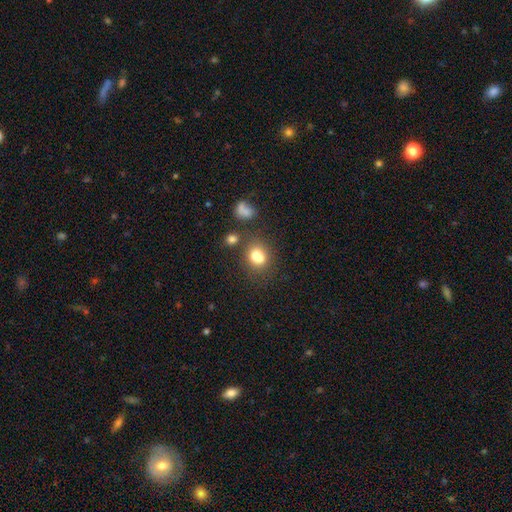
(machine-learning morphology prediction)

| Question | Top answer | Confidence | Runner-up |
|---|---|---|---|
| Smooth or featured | smooth | 74% | featured or disk (14%) |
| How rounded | round | 65% | in between (33%) |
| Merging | none | 43% | merger (38%) |